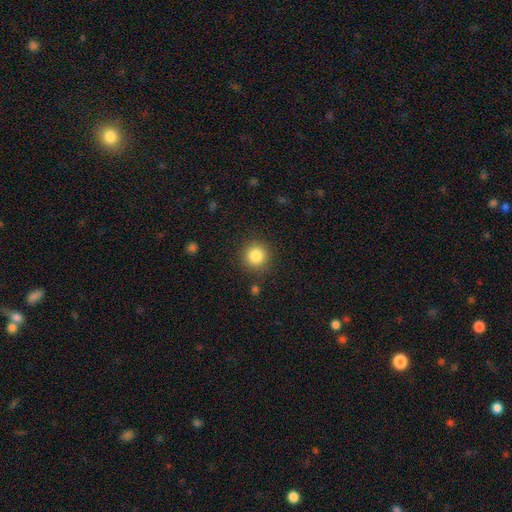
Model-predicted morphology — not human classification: Q: Smooth or featured?
A: smooth (84%); runner-up: star or artifact (10%)
Q: How rounded?
A: round (94%); runner-up: in between (5%)
Q: Merging?
A: none (88%); runner-up: minor disturbance (7%)